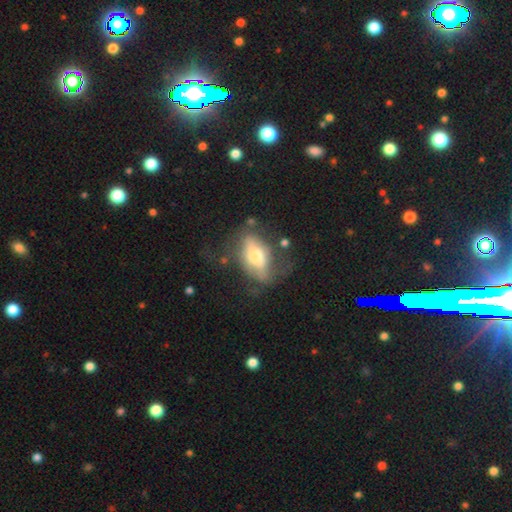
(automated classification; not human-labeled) Smooth or featured?
  - featured or disk: 51% *
  - smooth: 42%
  - star or artifact: 7%
Edge-on disk?
  - no: 65% *
  - yes: 35%
Merging?
  - none: 49% *
  - minor disturbance: 25%
  - major disturbance: 22%
  - merger: 4%